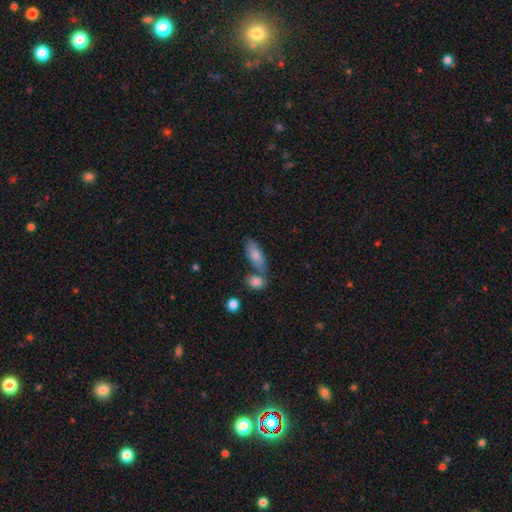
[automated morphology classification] The model was most divided on "merging": none: 58%, merger: 24%, minor disturbance: 14%, major disturbance: 4%. More confident: how rounded — in between (80%); smooth or featured — smooth (80%).